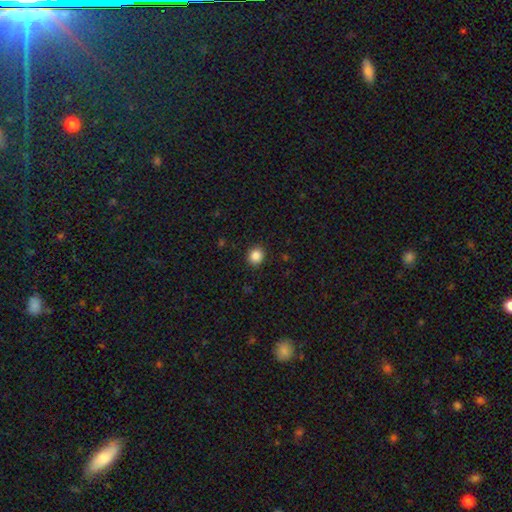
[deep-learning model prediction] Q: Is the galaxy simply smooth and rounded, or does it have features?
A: smooth — 87%.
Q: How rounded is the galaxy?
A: round — 83%.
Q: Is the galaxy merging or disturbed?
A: none — 91%.